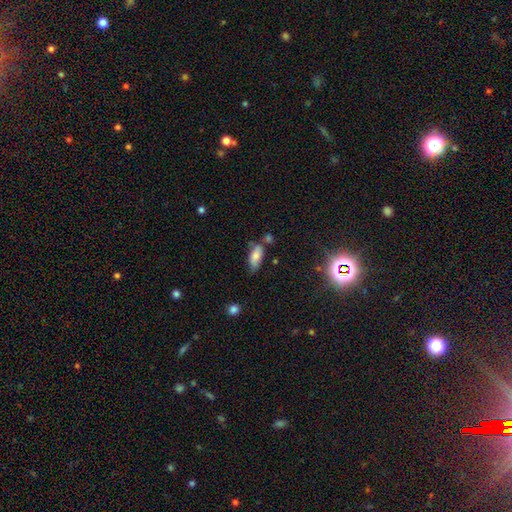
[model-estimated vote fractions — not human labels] A smooth galaxy with no disk features (78%) that is in between round and cigar-shaped (82%).

Vote fractions:
- Smooth or featured? smooth: 78% / featured or disk: 14% / star or artifact: 8%
- How rounded? in between: 82% / cigar-shaped: 16% / round: 2%
- Merging? none: 55% / minor disturbance: 26% / merger: 13% / major disturbance: 7%